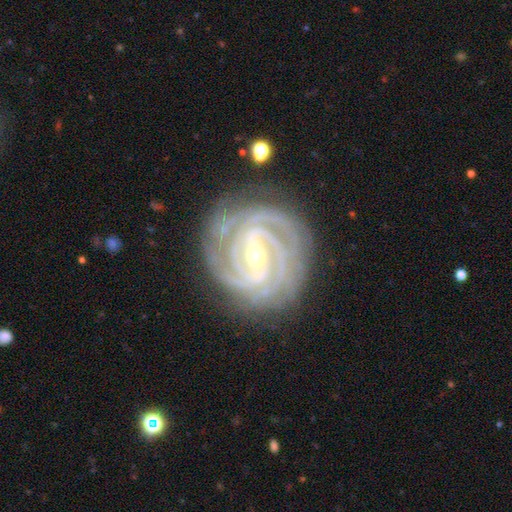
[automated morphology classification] smooth-or-featured: featured or disk: 93% | star or artifact: 4% | smooth: 3%
  disk-edge-on: no: 97% | yes: 3%
    bar: strong: 51% | weak: 36% | no: 13%
    has-spiral-arms: yes: 99% | no: 1%
      spiral-winding: tight: 81% | medium: 17% | loose: 2%
      spiral-arm-count: 3: 29% | 4: 25% | 2: 20% | can't tell: 13% | more than 4: 7% | 1: 6%
    bulge-size: small: 63% | moderate: 35% | large: 1% | none: 1% | dominant: 1%
  merging: none: 82% | minor disturbance: 13% | major disturbance: 4% | merger: 1%